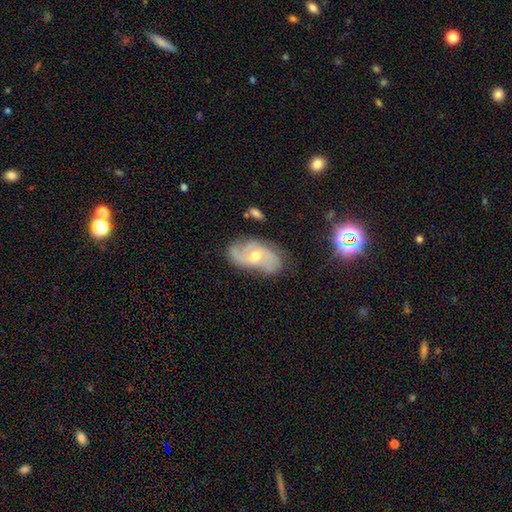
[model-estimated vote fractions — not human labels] Overall: featured or disk (78%). Edge-on disk: no (95%). Bar: no (62%; weak 31%). Spiral arms: yes (93%). Spiral arm count: 2 (41%; 3 26%). Spiral winding: medium (44%; tight 33%). Bulge size: moderate (56%; small 40%). Merging: none (66%).